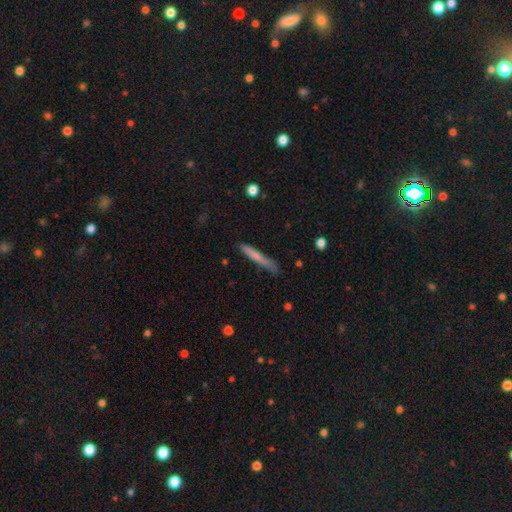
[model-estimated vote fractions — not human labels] smooth 71%, featured or disk 23%, star or artifact 6%. Down the decision tree: how rounded — cigar-shaped (95%); merging — none (73%).